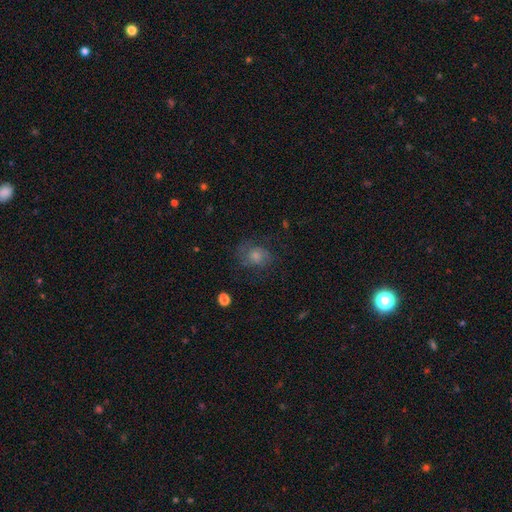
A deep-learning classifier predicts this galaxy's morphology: smooth 43%, featured or disk 35%, star or artifact 22%. Down the decision tree: merging — none (70%).